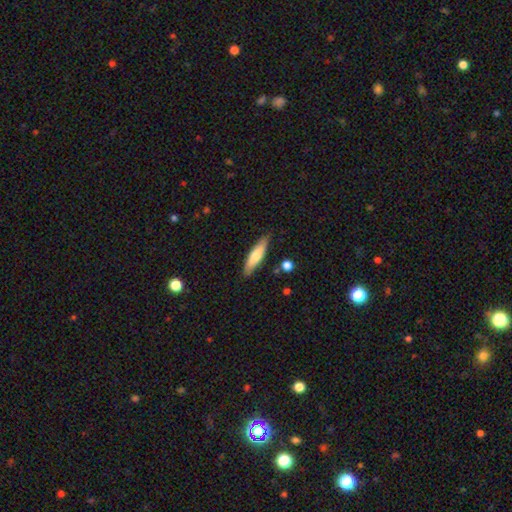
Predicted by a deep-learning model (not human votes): smooth 62%, featured or disk 32%, star or artifact 6%. Down the decision tree: how rounded — cigar-shaped (72%); merging — none (85%).